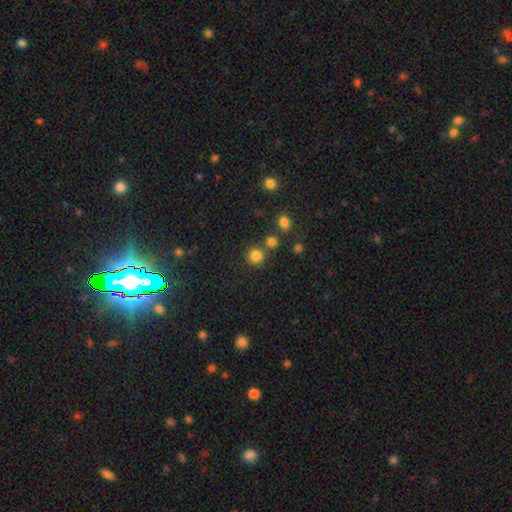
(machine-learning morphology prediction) Smooth or featured? Predicted: smooth (p=0.81). How rounded? Predicted: round (p=0.92). Merging? Predicted: none (p=0.76).